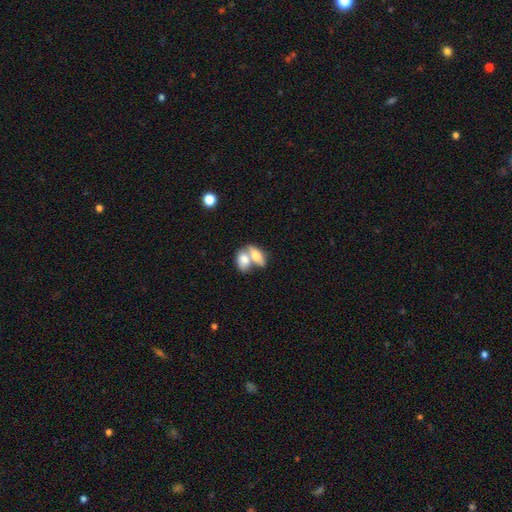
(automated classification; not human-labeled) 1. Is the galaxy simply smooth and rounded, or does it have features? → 70% smooth, 24% featured or disk, 6% star or artifact.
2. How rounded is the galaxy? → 85% in between, 10% round, 5% cigar-shaped.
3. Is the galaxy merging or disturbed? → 72% merger, 19% none, 6% minor disturbance, 3% major disturbance.